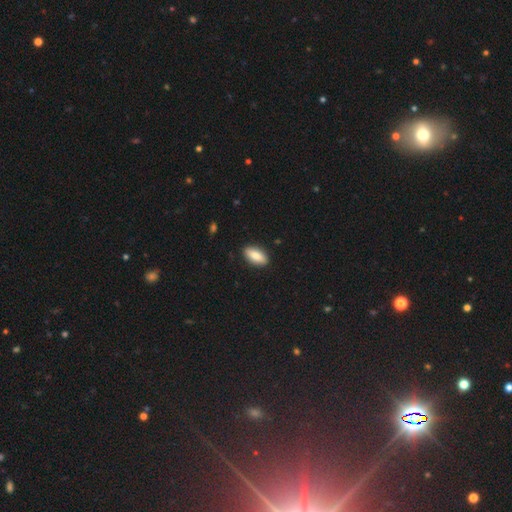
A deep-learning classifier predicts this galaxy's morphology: A smooth galaxy with no disk features (82%) that is in between round and cigar-shaped (86%).

Vote fractions:
- Smooth or featured? smooth: 82% / featured or disk: 11% / star or artifact: 6%
- How rounded? in between: 86% / cigar-shaped: 11% / round: 3%
- Merging? none: 89% / minor disturbance: 8% / major disturbance: 2% / merger: 1%